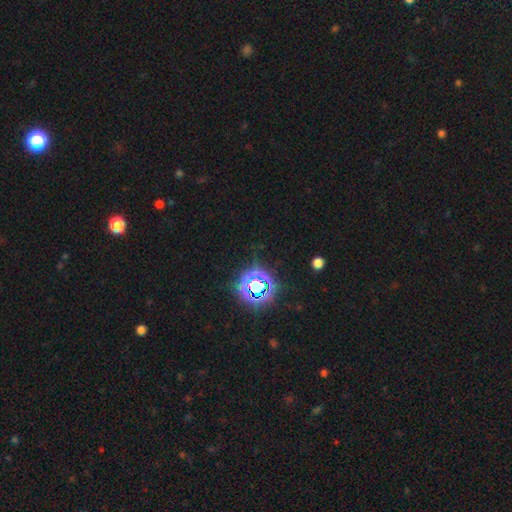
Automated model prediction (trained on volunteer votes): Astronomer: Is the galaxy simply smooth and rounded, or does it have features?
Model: star or artifact — 80%.